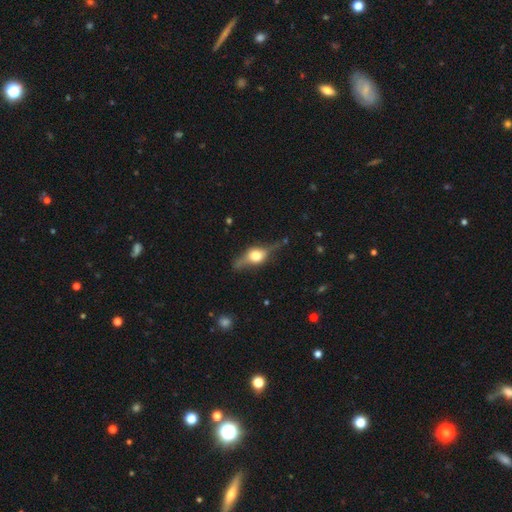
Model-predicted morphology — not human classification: smooth_or_featured: featured or disk (p=0.69) [alt: smooth p=0.23]
disk_edge_on: yes (p=0.92) [alt: no p=0.08]
edge_on_bulge: rounded (p=0.94) [alt: boxy p=0.04]
merging: none (p=0.73) [alt: minor disturbance p=0.17]